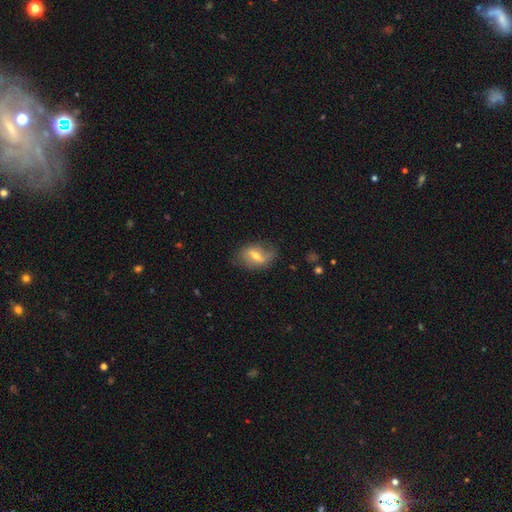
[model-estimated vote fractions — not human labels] featured or disk 53%, smooth 39%, star or artifact 8%. Down the decision tree: edge-on disk — no (91%); merging — none (67%).